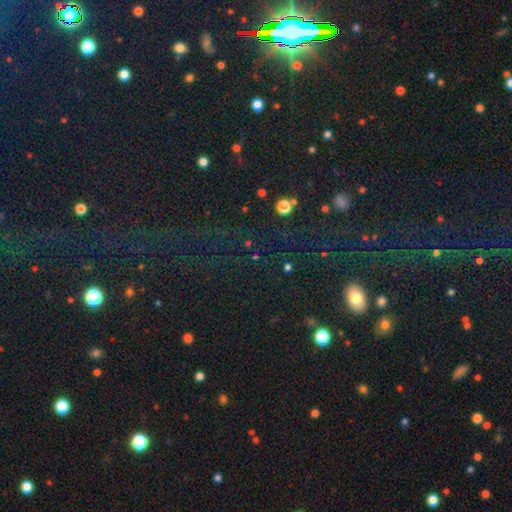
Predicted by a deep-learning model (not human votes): Morphology: type=star or artifact (59%).